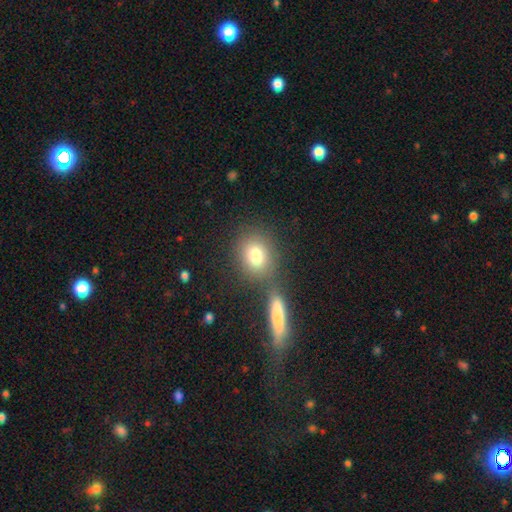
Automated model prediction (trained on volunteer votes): The model was most divided on "how rounded": round: 52%, in between: 46%, cigar-shaped: 2%. More confident: smooth or featured — smooth (79%); merging — none (61%).